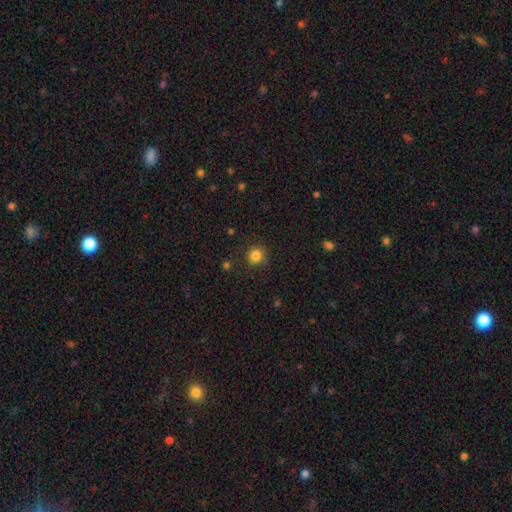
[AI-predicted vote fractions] Smooth or featured?
  - smooth: 84% *
  - star or artifact: 12%
  - featured or disk: 4%
How rounded?
  - round: 91% *
  - in between: 8%
  - cigar-shaped: 1%
Merging?
  - none: 87% *
  - minor disturbance: 9%
  - major disturbance: 3%
  - merger: 1%